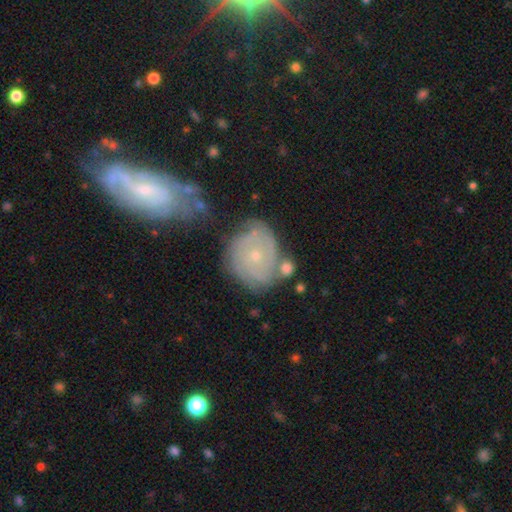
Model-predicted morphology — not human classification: Smooth or featured: featured or disk — 73% (smooth — 20%)
Edge-on disk: no — 97% (yes — 3%)
Bar: no — 81% (weak — 16%)
Spiral arms: yes — 89% (no — 11%)
Spiral winding: tight — 75% (medium — 19%)
Spiral arm count: can't tell — 42% (2 — 20%)
Bulge size: small — 74% (moderate — 22%)
Merging: none — 57% (minor disturbance — 20%)